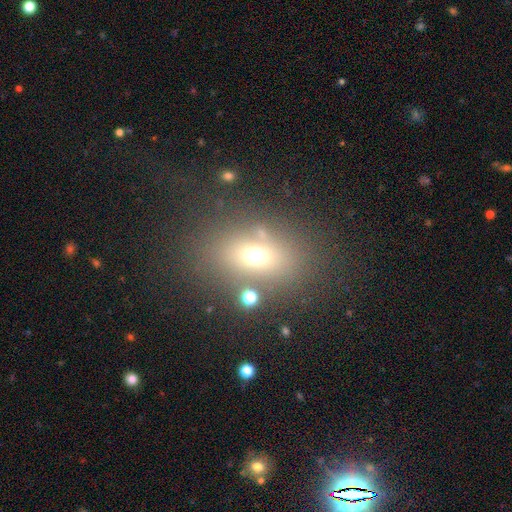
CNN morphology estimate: Smooth or featured?
  - smooth: 63% *
  - star or artifact: 20%
  - featured or disk: 17%
How rounded?
  - in between: 64% *
  - round: 34%
  - cigar-shaped: 3%
Merging?
  - none: 72% *
  - minor disturbance: 12%
  - merger: 9%
  - major disturbance: 7%